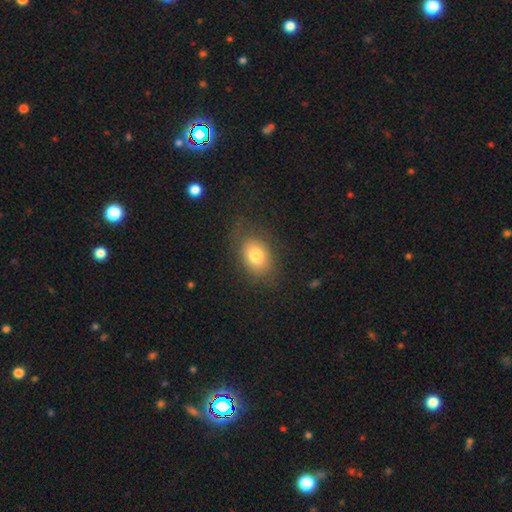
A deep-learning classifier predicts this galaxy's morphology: A smooth galaxy with no disk features (76%) that is in between round and cigar-shaped (72%). Merging: none (73%).